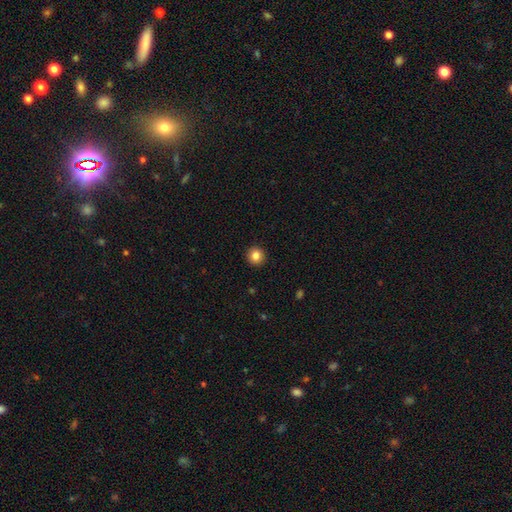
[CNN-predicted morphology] Smooth or featured? smooth (84%)
How rounded? round (94%)
Merging? none (93%)